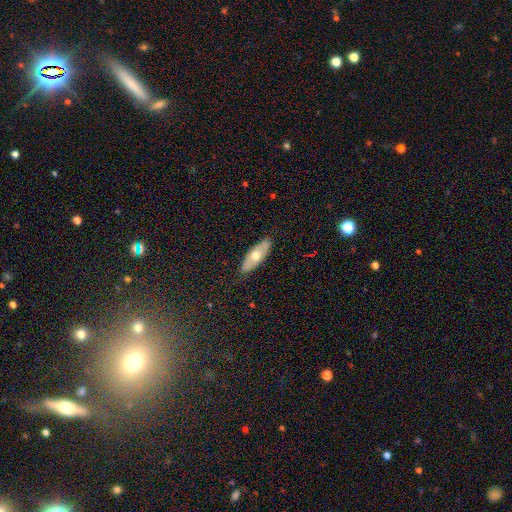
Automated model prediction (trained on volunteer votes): Smooth or featured? smooth (54%)
How rounded? in between (69%)
Merging? none (84%)